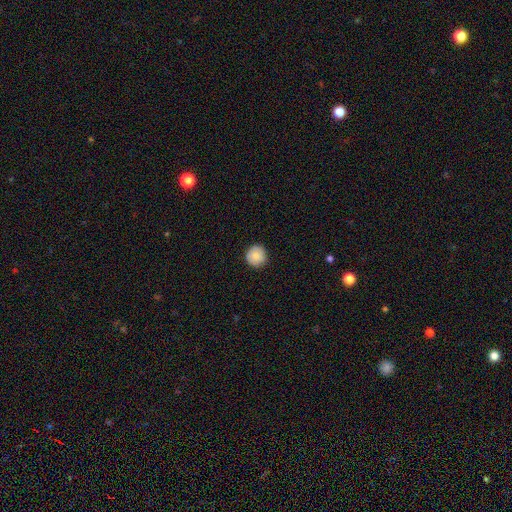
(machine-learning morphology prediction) Smooth or featured? Predicted: smooth (p=0.86). How rounded? Predicted: round (p=0.94). Merging? Predicted: none (p=0.89).